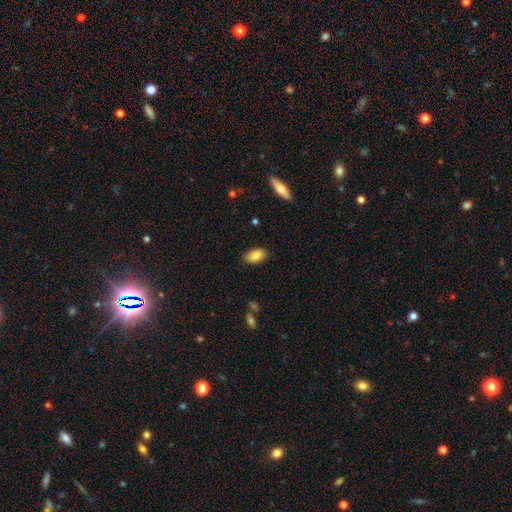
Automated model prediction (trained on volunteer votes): smooth 86%, star or artifact 7%, featured or disk 7%. Down the decision tree: how rounded — in between (93%); merging — none (85%).